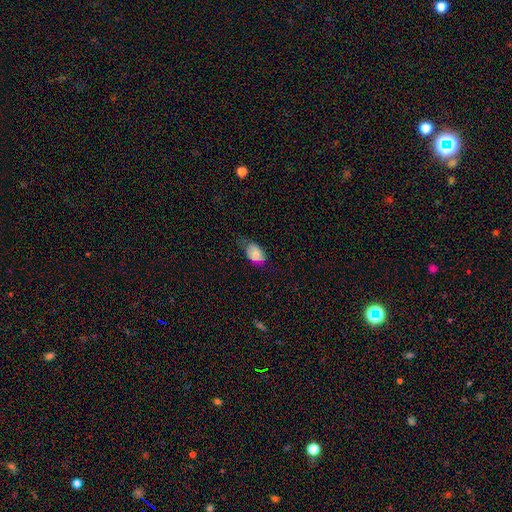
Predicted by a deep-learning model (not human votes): Q: Smooth or featured?
A: smooth (68%); runner-up: featured or disk (23%)
Q: How rounded?
A: in between (88%); runner-up: round (10%)
Q: Merging?
A: none (52%); runner-up: minor disturbance (33%)